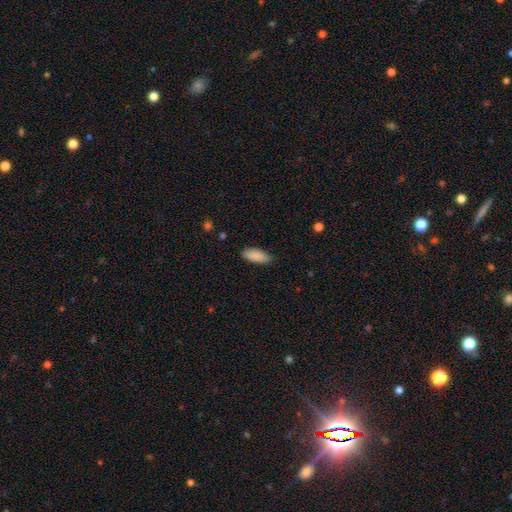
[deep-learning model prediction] smooth 89%, star or artifact 6%, featured or disk 5%. Down the decision tree: how rounded — in between (78%); merging — none (84%).